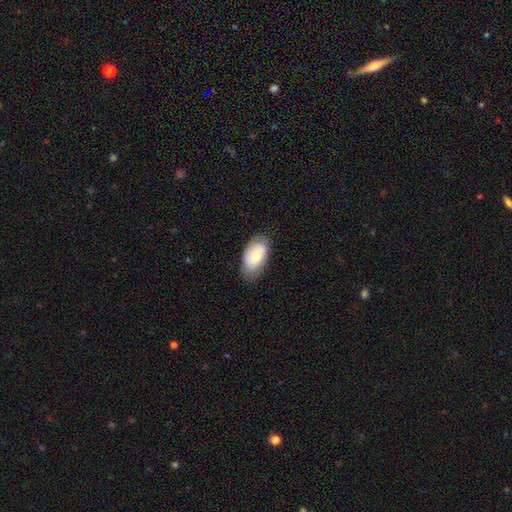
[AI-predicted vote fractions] This appears to be a smooth galaxy with no disk features (57%) that is in between round and cigar-shaped (93%). Merging: none (76%).